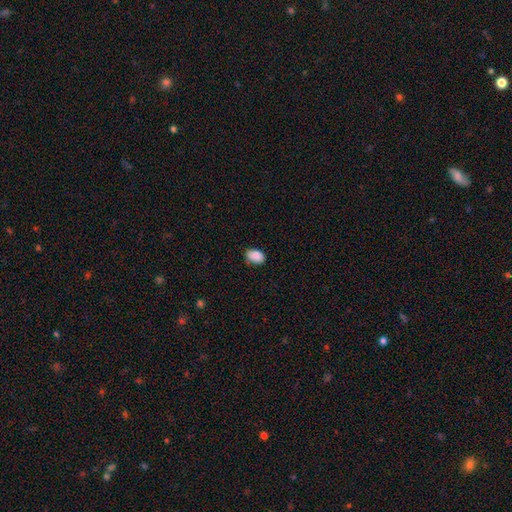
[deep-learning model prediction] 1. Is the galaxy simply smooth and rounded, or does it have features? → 88% smooth, 7% star or artifact, 4% featured or disk.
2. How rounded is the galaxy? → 85% in between, 14% round, 1% cigar-shaped.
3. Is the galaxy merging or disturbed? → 80% none, 16% minor disturbance, 3% major disturbance, 1% merger.